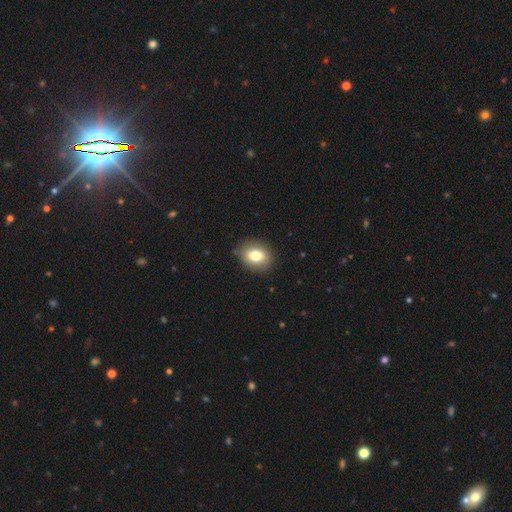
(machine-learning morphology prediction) Smooth or featured: smooth — 75% (featured or disk — 16%)
How rounded: round — 50% (in between — 49%)
Merging: none — 86% (minor disturbance — 10%)